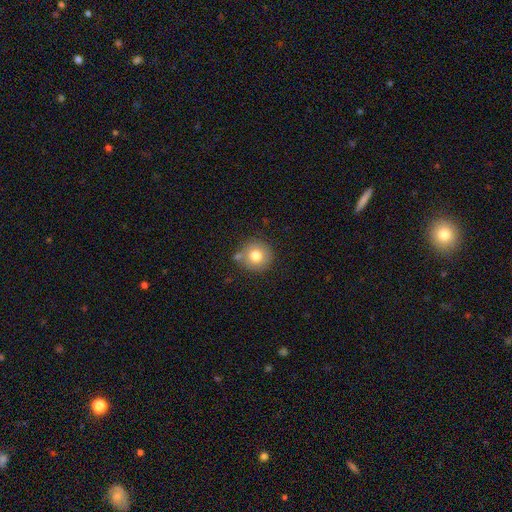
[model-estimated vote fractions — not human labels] Smooth or featured? Predicted: smooth (p=0.77). How rounded? Predicted: round (p=0.93). Merging? Predicted: none (p=0.75).